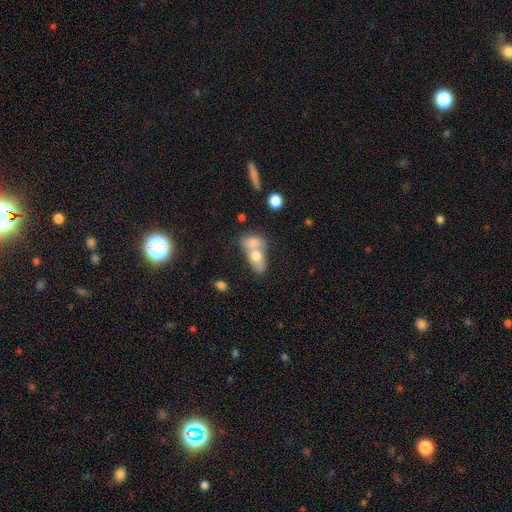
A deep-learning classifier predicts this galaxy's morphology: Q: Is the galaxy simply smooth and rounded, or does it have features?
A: smooth — 70%.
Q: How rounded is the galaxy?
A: in between — 81%.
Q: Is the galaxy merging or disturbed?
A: merger — 69%.